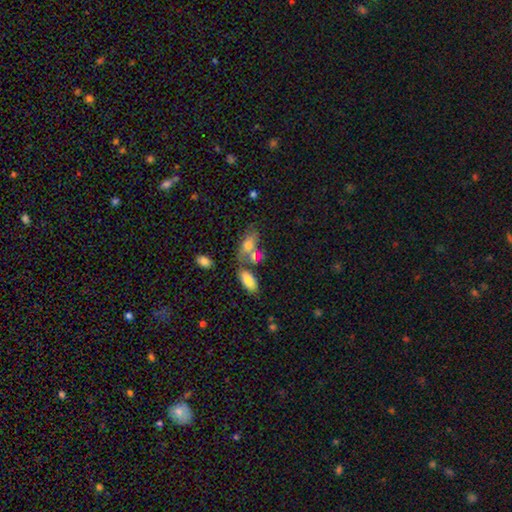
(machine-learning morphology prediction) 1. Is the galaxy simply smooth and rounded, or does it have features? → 71% smooth, 19% featured or disk, 9% star or artifact.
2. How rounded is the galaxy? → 84% in between, 10% round, 6% cigar-shaped.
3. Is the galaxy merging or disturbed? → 37% merger, 36% none, 16% minor disturbance, 10% major disturbance.